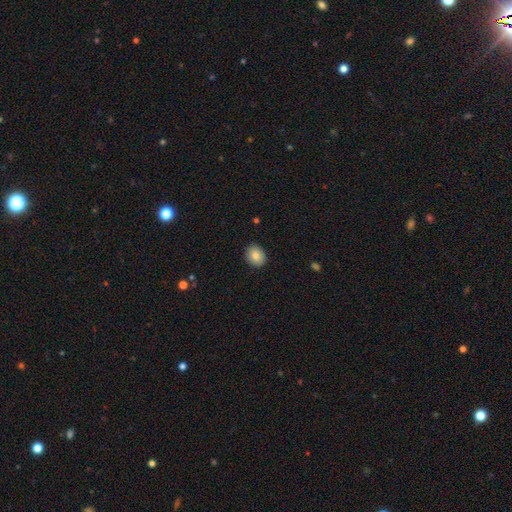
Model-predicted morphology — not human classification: smooth 86%, star or artifact 8%, featured or disk 6%. Down the decision tree: how rounded — round (57%); merging — none (90%).